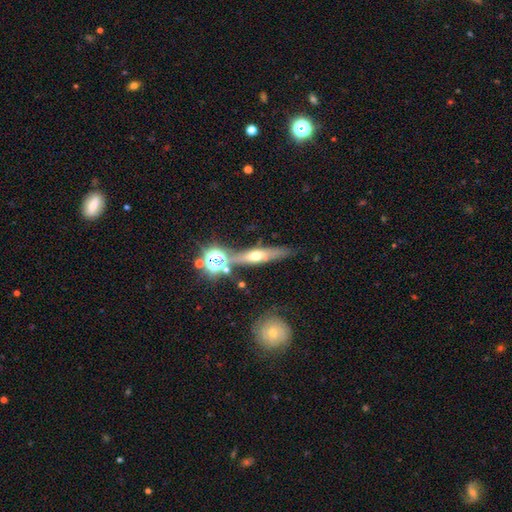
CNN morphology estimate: featured or disk 54%, smooth 31%, star or artifact 16%. Down the decision tree: edge-on disk — yes (87%); merging — none (75%).